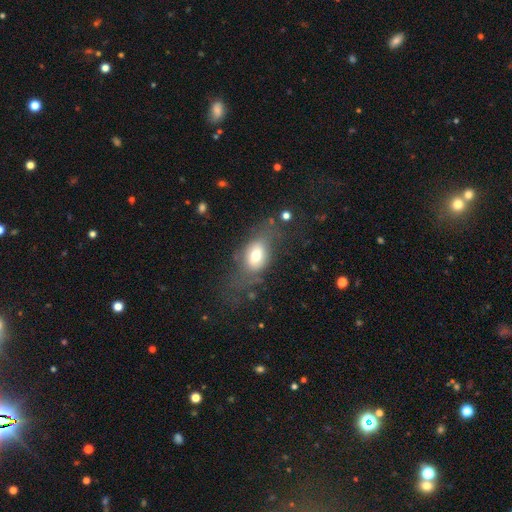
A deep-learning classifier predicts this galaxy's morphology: Smooth or featured? Predicted: smooth (p=0.66). How rounded? Predicted: in between (p=0.79). Merging? Predicted: none (p=0.44).